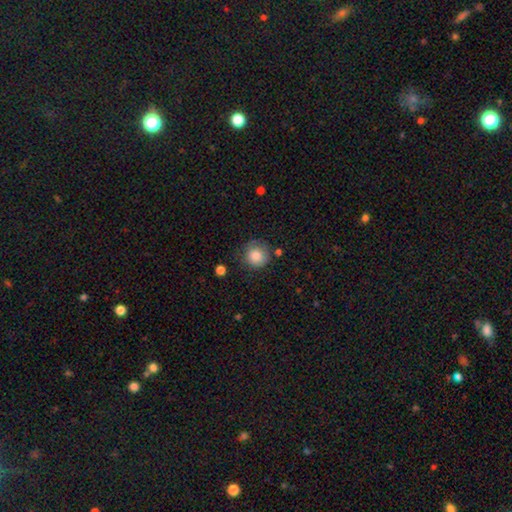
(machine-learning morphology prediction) Smooth or featured?
  - smooth: 84% *
  - star or artifact: 8%
  - featured or disk: 8%
How rounded?
  - round: 92% *
  - in between: 7%
  - cigar-shaped: 1%
Merging?
  - none: 71% *
  - minor disturbance: 19%
  - major disturbance: 6%
  - merger: 3%